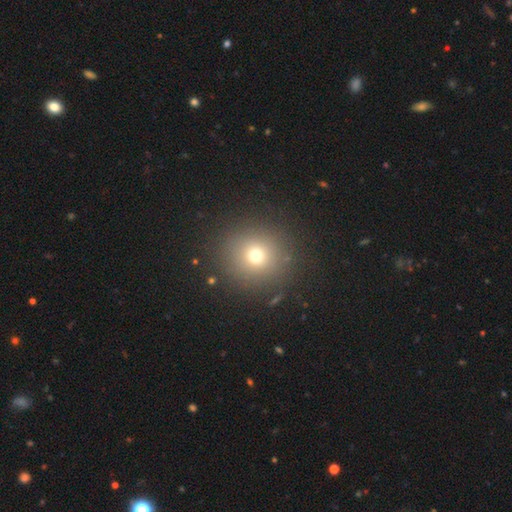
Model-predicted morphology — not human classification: This appears to be a smooth galaxy with no disk features (70%) that is round (92%). Merging: none (88%).